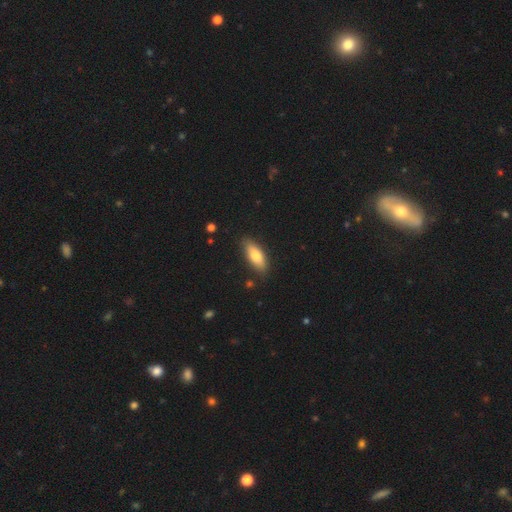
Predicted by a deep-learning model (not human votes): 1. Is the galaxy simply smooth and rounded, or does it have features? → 78% smooth, 16% featured or disk, 6% star or artifact.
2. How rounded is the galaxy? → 67% in between, 31% cigar-shaped, 2% round.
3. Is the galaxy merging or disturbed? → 84% none, 12% minor disturbance, 2% major disturbance, 1% merger.